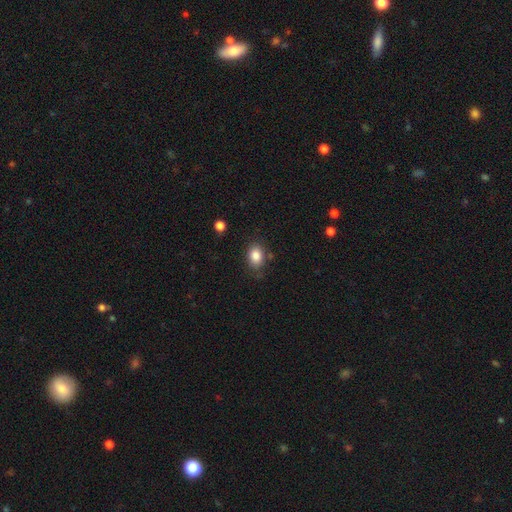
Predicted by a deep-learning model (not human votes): Smooth or featured? smooth (85%)
How rounded? in between (69%)
Merging? none (77%)